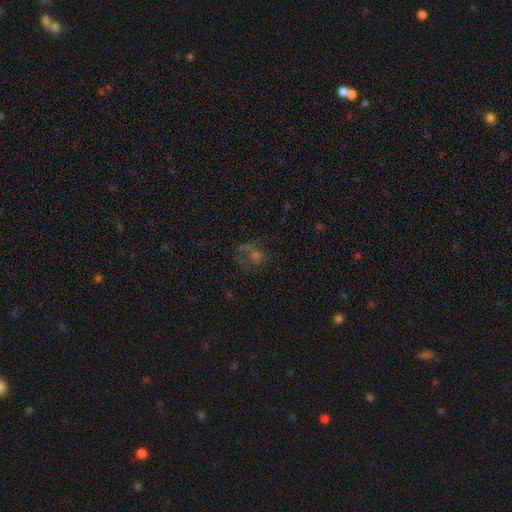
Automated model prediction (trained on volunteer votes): Overall: smooth (35%; featured or disk 33%). Merging: none (47%; major disturbance 24%).